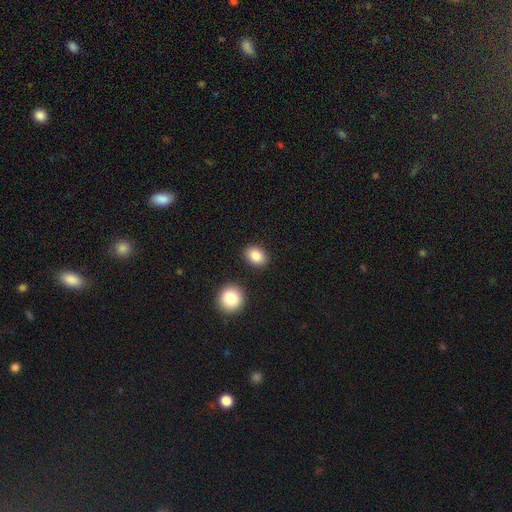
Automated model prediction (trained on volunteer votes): Smooth or featured? Predicted: smooth (p=0.86). How rounded? Predicted: in between (p=0.65). Merging? Predicted: none (p=0.85).